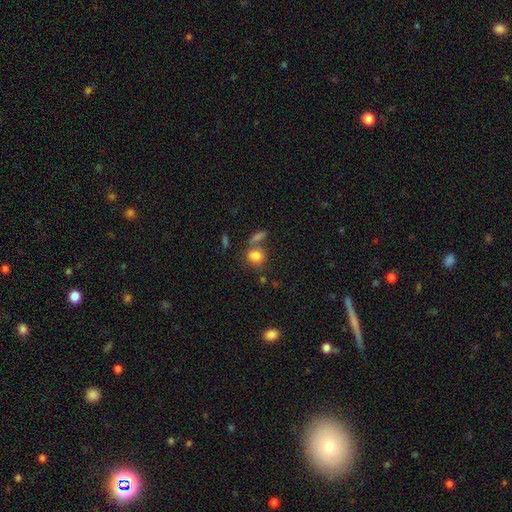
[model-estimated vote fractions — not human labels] smooth-or-featured: smooth: 81% | star or artifact: 10% | featured or disk: 9%
  how-rounded: round: 54% | in between: 44% | cigar-shaped: 2%
  merging: none: 50% | merger: 31% | minor disturbance: 13% | major disturbance: 6%